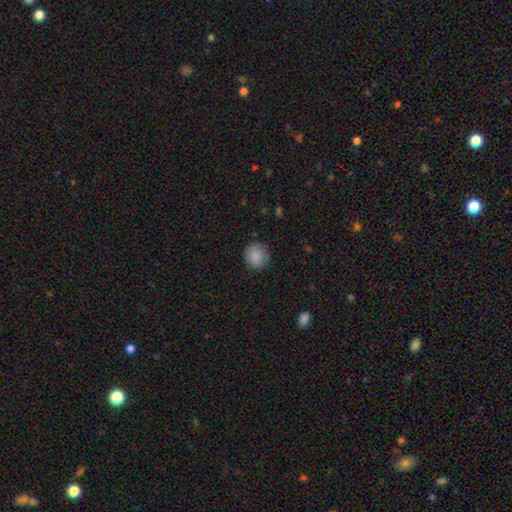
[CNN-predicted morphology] Smooth or featured?
  - smooth: 88% *
  - star or artifact: 8%
  - featured or disk: 4%
How rounded?
  - round: 93% *
  - in between: 6%
  - cigar-shaped: 1%
Merging?
  - none: 89% *
  - minor disturbance: 8%
  - major disturbance: 2%
  - merger: 1%